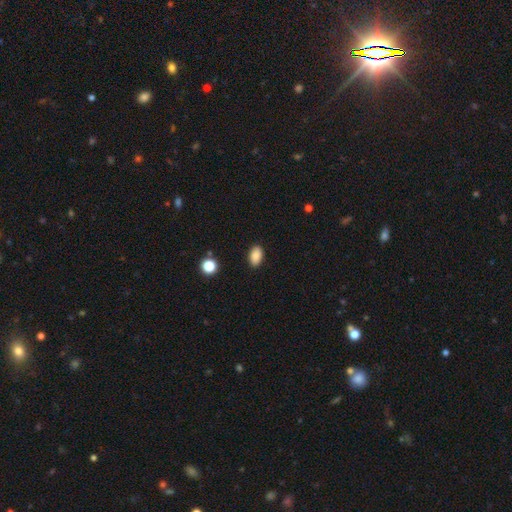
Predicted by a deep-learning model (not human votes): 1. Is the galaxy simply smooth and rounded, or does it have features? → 88% smooth, 9% star or artifact, 3% featured or disk.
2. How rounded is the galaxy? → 91% in between, 7% round, 2% cigar-shaped.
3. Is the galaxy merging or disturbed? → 89% none, 8% minor disturbance, 2% major disturbance, 1% merger.